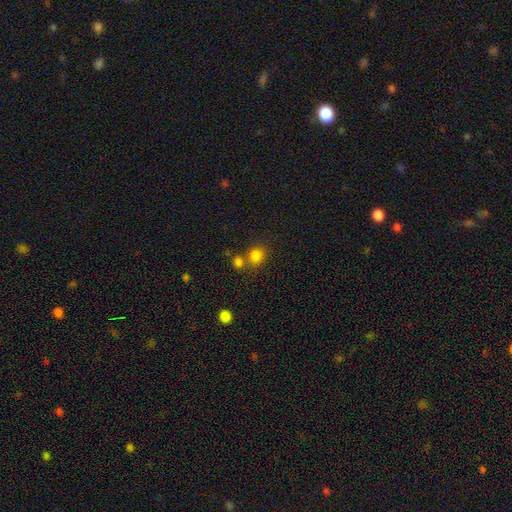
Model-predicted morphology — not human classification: This is clearly a smooth galaxy (81%). How rounded: likely round (76%). Merging: likely none (61%).